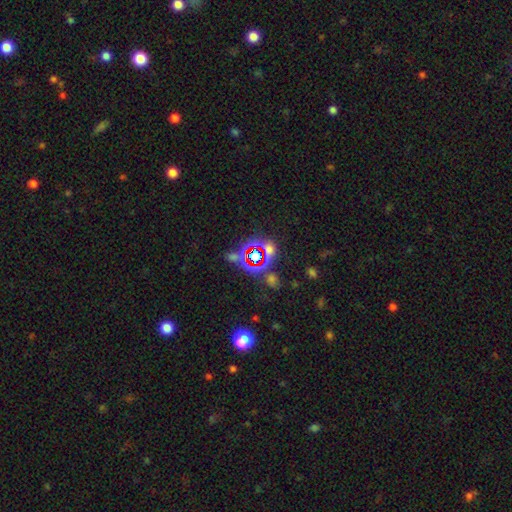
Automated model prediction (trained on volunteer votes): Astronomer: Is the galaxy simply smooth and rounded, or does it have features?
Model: star or artifact — 74%.